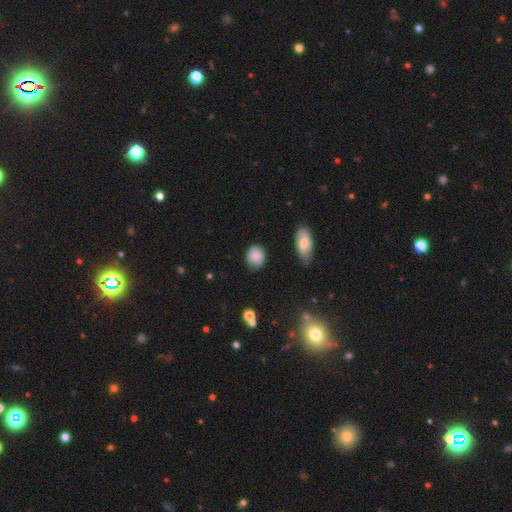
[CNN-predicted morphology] Smooth or featured: smooth — 86% (star or artifact — 8%)
How rounded: round — 66% (in between — 32%)
Merging: none — 72% (minor disturbance — 22%)